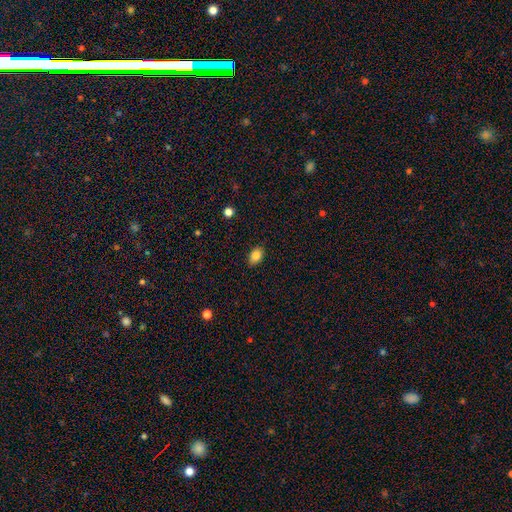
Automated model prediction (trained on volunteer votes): The model was most divided on "how rounded": in between: 85%, round: 14%, cigar-shaped: 1%. More confident: merging — none (88%); smooth or featured — smooth (85%).